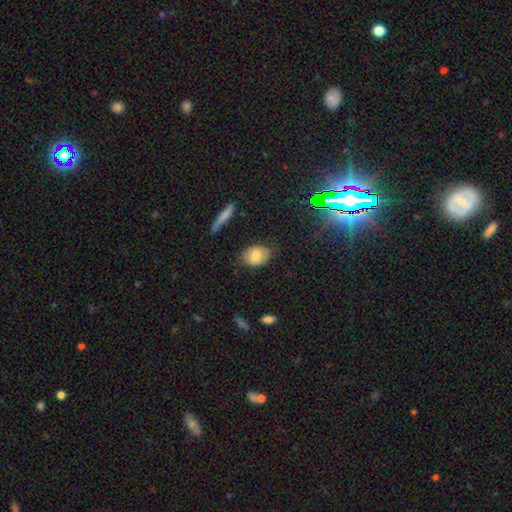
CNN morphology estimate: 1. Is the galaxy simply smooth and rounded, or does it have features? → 76% smooth, 15% featured or disk, 9% star or artifact.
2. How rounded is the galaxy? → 69% in between, 30% round, 2% cigar-shaped.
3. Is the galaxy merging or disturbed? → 76% none, 18% minor disturbance, 4% major disturbance, 2% merger.